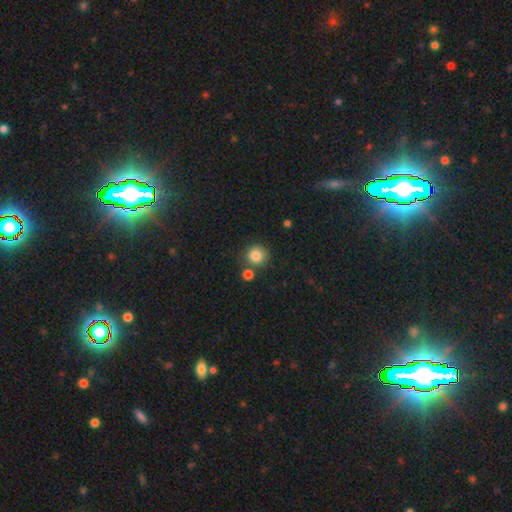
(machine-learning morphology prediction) smooth-or-featured: smooth: 83% | star or artifact: 11% | featured or disk: 6%
  how-rounded: round: 92% | in between: 7% | cigar-shaped: 1%
  merging: none: 75% | merger: 13% | minor disturbance: 10% | major disturbance: 3%